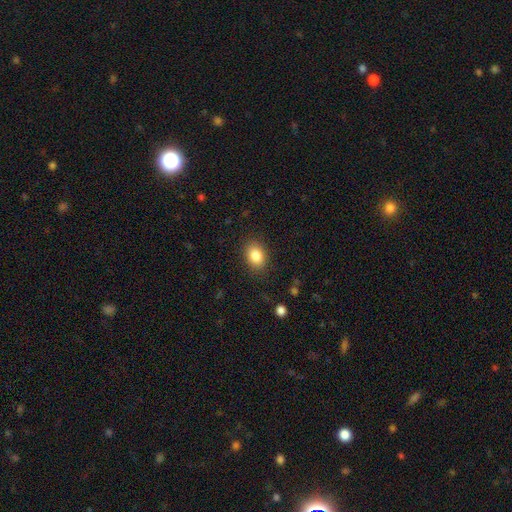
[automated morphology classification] Smooth or featured: smooth — 85% (star or artifact — 9%)
How rounded: in between — 71% (round — 28%)
Merging: none — 86% (minor disturbance — 10%)